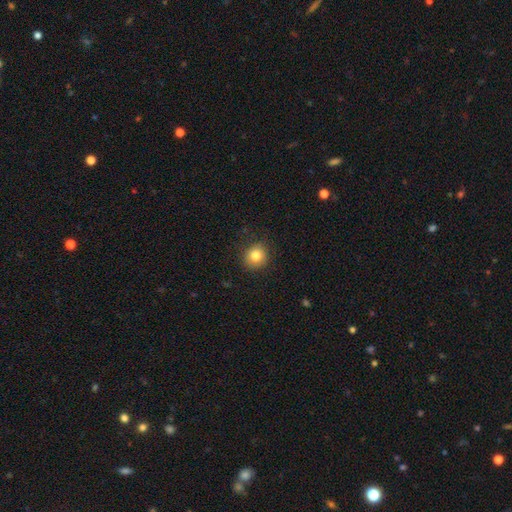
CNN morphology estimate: The model was most divided on "how rounded": round: 86%, in between: 13%, cigar-shaped: 1%. More confident: merging — none (87%); smooth or featured — smooth (83%).